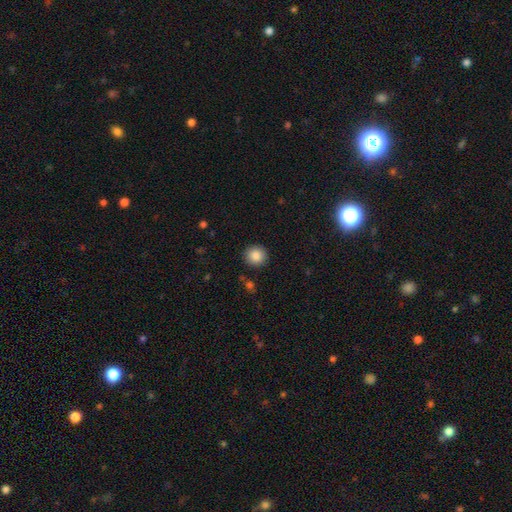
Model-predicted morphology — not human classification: Q: Smooth or featured?
A: smooth (87%); runner-up: star or artifact (9%)
Q: How rounded?
A: round (92%); runner-up: in between (7%)
Q: Merging?
A: none (91%); runner-up: minor disturbance (6%)